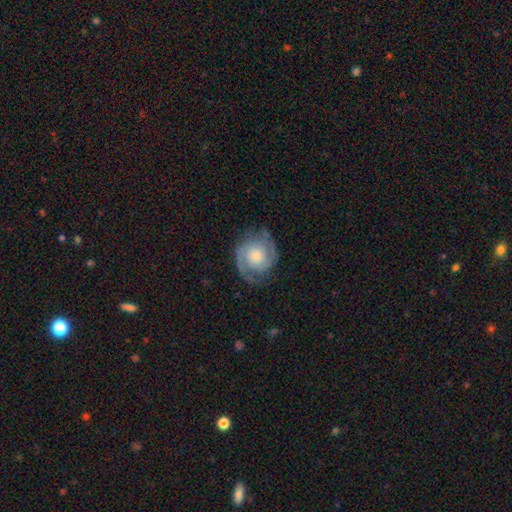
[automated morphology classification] This appears to be a featured or disk galaxy (78%) with no bar (75%), 2 (77%) tight (51%) spiral arms (94%) and a moderate central bulge (43%). Merging: none (73%).